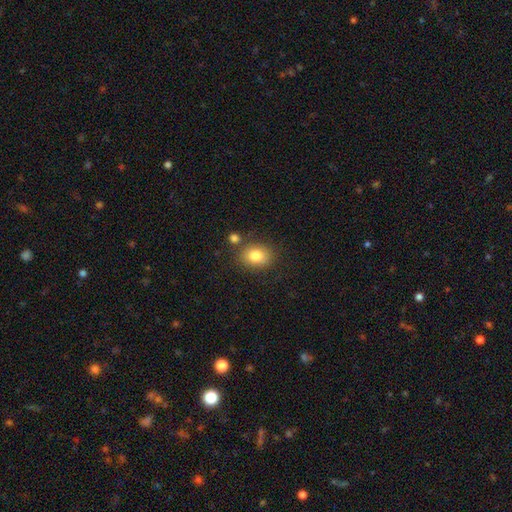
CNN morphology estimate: A smooth galaxy with no disk features (82%) that is in between round and cigar-shaped (51%). Merging: none (75%).